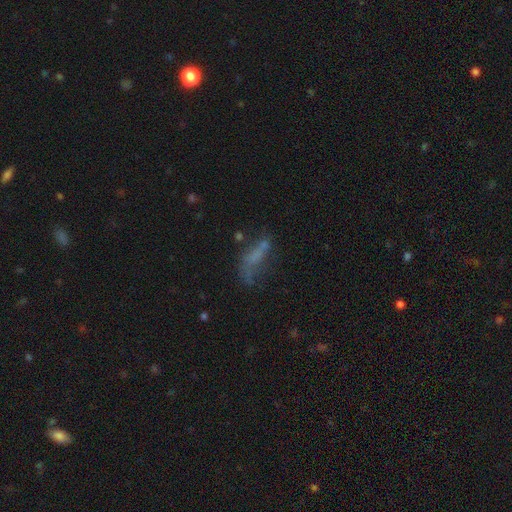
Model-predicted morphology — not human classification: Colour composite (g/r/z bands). It shows a smooth galaxy with no disk features (43%). Merging: none (36%).